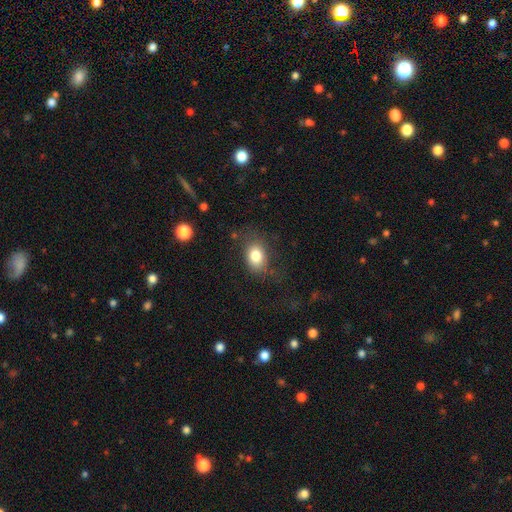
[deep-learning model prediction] The model was most divided on "how rounded": in between: 72%, round: 26%, cigar-shaped: 1%. More confident: smooth or featured — smooth (81%); merging — none (71%).